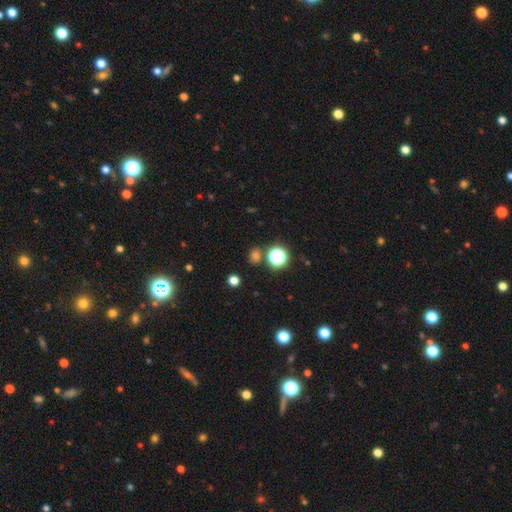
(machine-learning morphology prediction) The model was most divided on "smooth or featured": smooth: 62%, star or artifact: 32%, featured or disk: 6%. More confident: merging — none (78%); how rounded — round (69%).